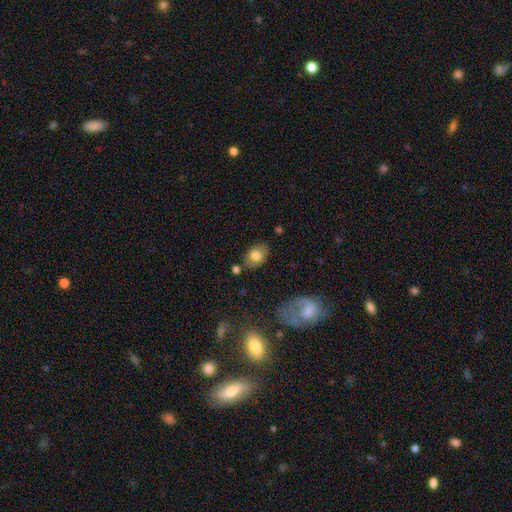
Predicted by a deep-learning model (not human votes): Smooth or featured: smooth — 77% (featured or disk — 15%)
How rounded: in between — 79% (round — 19%)
Merging: none — 79% (minor disturbance — 13%)